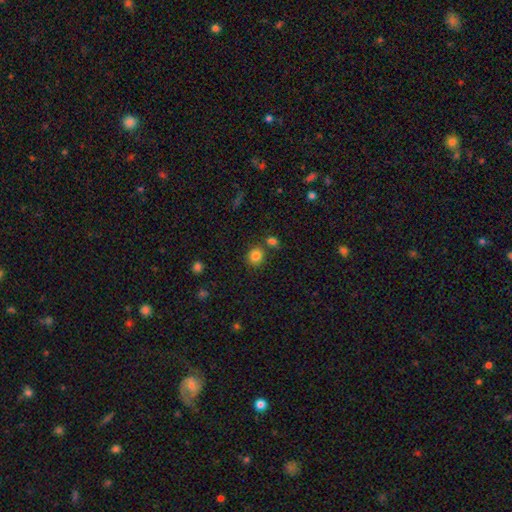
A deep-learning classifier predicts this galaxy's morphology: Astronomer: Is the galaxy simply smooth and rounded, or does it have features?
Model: smooth — 84%.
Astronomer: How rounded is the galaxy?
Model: round — 76%.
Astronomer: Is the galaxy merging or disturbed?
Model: none — 76%.